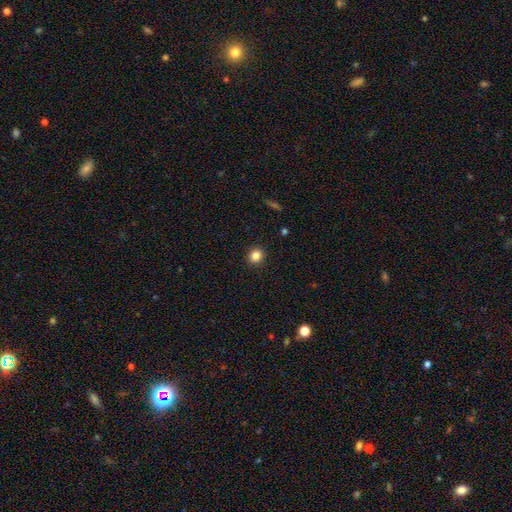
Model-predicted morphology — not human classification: type=smooth (83%); roundness=round (82%); merging=none (91%).